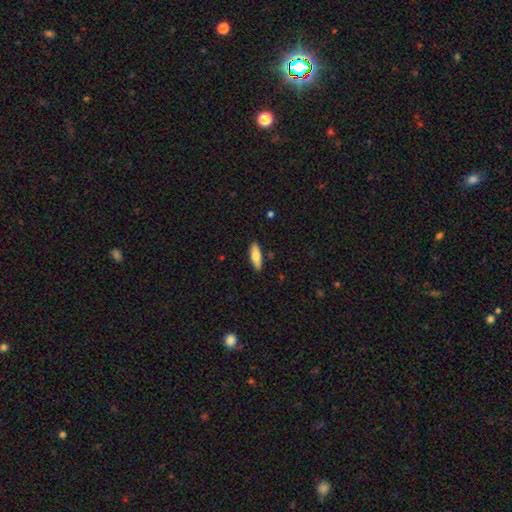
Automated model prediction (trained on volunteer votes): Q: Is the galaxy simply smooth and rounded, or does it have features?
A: smooth — 74%.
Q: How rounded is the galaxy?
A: in between — 60%.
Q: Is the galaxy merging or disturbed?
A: none — 88%.